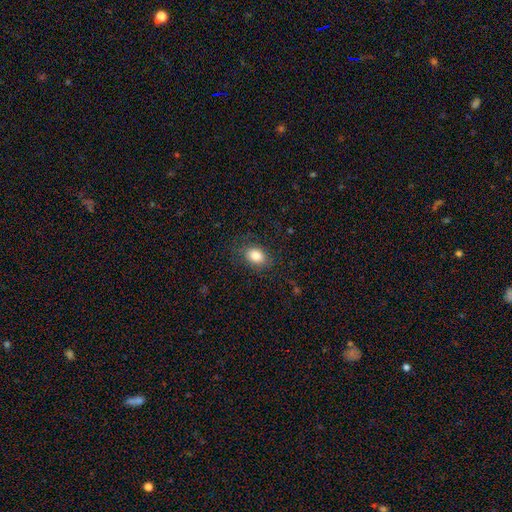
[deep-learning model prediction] The model was most divided on "how rounded": in between: 71%, round: 28%, cigar-shaped: 1%. More confident: smooth or featured — smooth (84%); merging — none (81%).